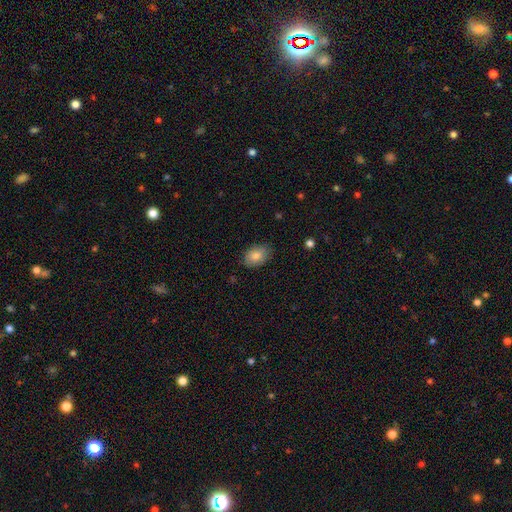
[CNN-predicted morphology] smooth 83%, featured or disk 10%, star or artifact 7%. Down the decision tree: how rounded — in between (84%); merging — none (83%).